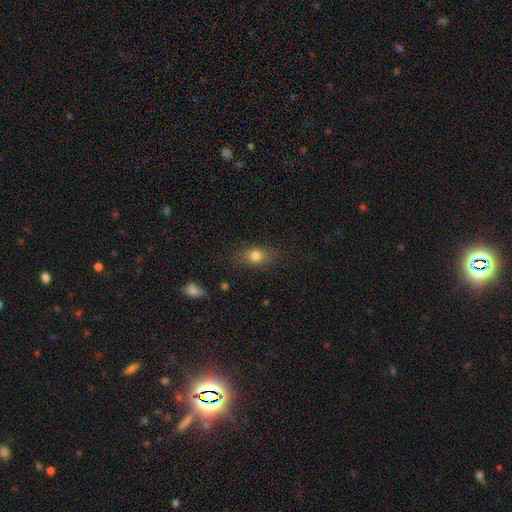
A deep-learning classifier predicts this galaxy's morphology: type=smooth (78%); roundness=in between (67%); merging=none (80%).